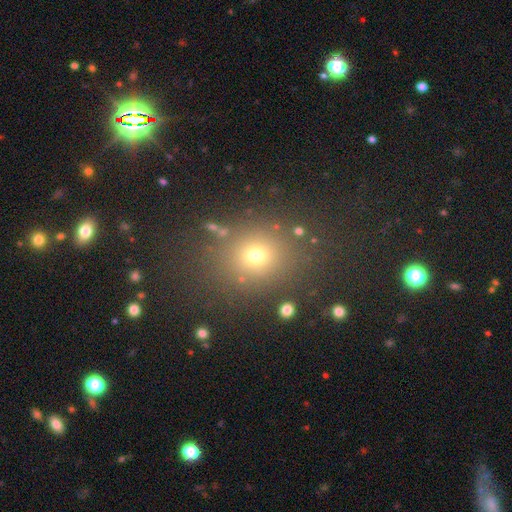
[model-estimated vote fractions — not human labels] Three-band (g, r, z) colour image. It shows a smooth galaxy with no disk features (65%) that is round (69%). Merging: none (83%).